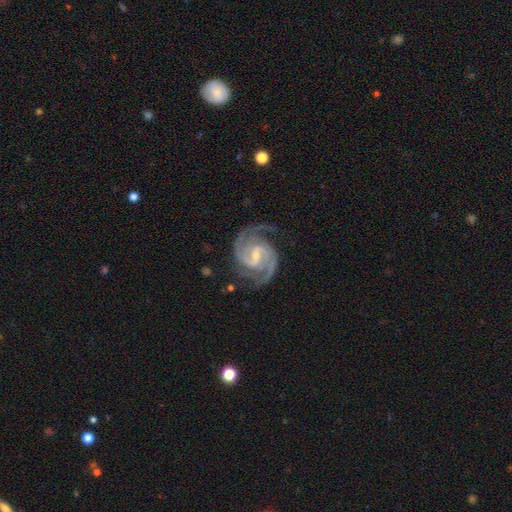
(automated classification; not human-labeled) Smooth or featured? Predicted: featured or disk (p=0.94). Edge-on disk? Predicted: no (p=0.98). Bar? Predicted: weak (p=0.54). Spiral arms? Predicted: yes (p=0.99). Spiral winding? Predicted: medium (p=0.52). Spiral arm count? Predicted: 2 (p=0.82). Bulge size? Predicted: small (p=0.61). Merging? Predicted: none (p=0.77).